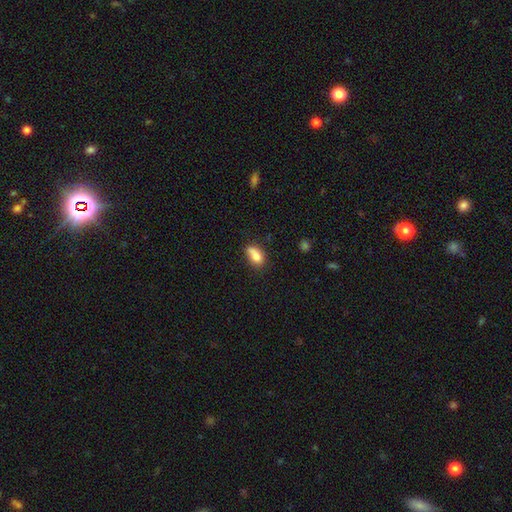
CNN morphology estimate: Smooth or featured? Predicted: smooth (p=0.75). How rounded? Predicted: in between (p=0.78). Merging? Predicted: none (p=0.42).